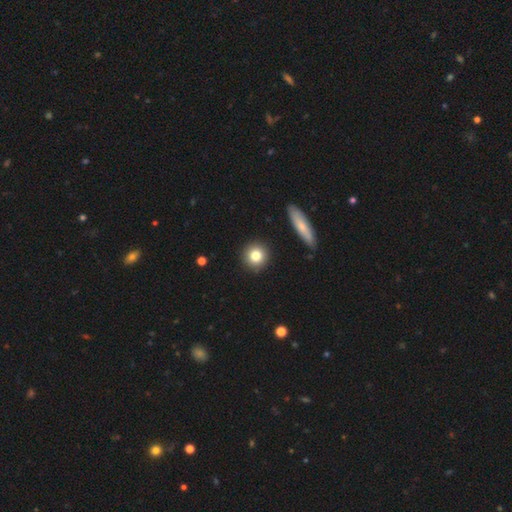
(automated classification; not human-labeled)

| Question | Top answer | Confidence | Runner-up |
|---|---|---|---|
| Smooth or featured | smooth | 81% | featured or disk (10%) |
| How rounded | round | 92% | in between (7%) |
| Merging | none | 91% | minor disturbance (6%) |